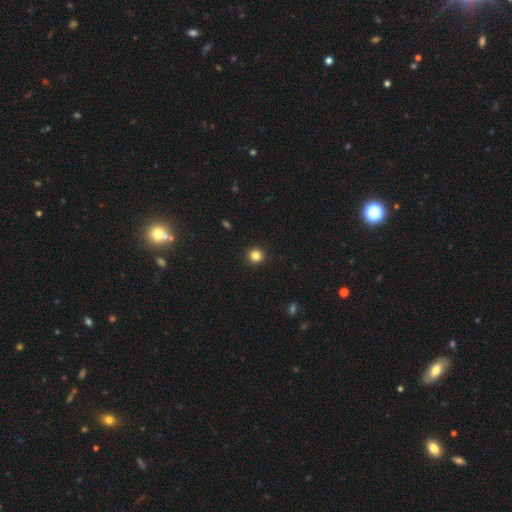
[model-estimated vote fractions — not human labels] The model was most divided on "smooth or featured": smooth: 83%, star or artifact: 13%, featured or disk: 4%. More confident: how rounded — round (93%); merging — none (93%).